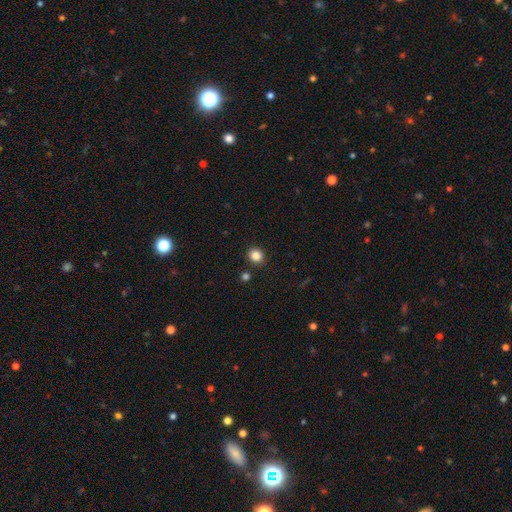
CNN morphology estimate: smooth-or-featured: smooth: 85% | star or artifact: 12% | featured or disk: 4%
  how-rounded: round: 86% | in between: 13% | cigar-shaped: 1%
  merging: none: 88% | minor disturbance: 6% | merger: 3% | major disturbance: 2%